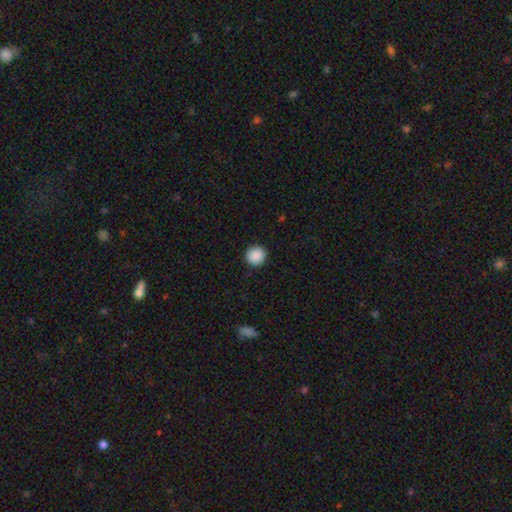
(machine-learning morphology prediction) smooth-or-featured: smooth: 89% | star or artifact: 8% | featured or disk: 3%
  how-rounded: round: 92% | in between: 7% | cigar-shaped: 1%
  merging: none: 92% | minor disturbance: 5% | major disturbance: 2% | merger: 1%